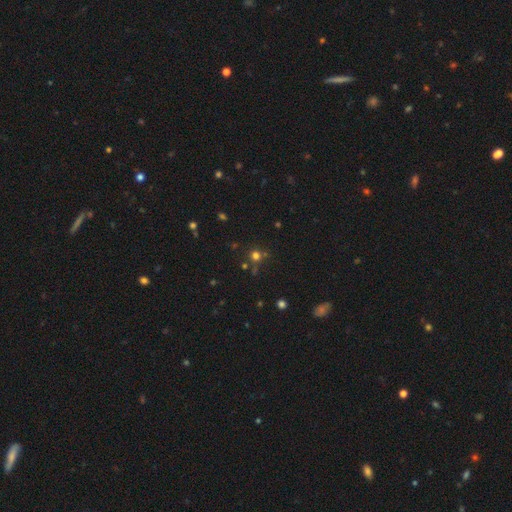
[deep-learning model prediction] Smooth or featured? Predicted: smooth (p=0.60). How rounded? Predicted: round (p=0.92). Merging? Predicted: none (p=0.74).